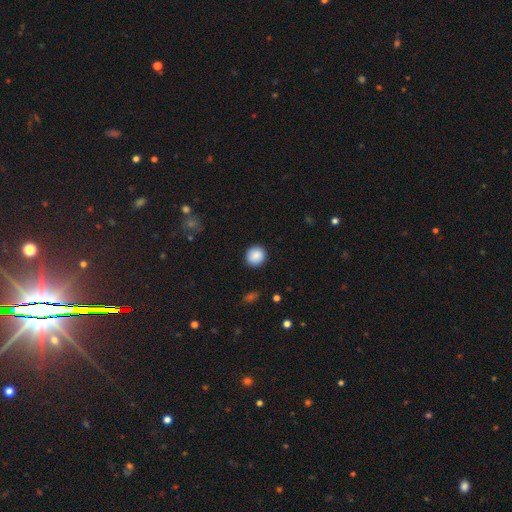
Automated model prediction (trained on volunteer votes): Smooth or featured: smooth — 87% (star or artifact — 8%)
How rounded: round — 90% (in between — 9%)
Merging: none — 89% (minor disturbance — 7%)